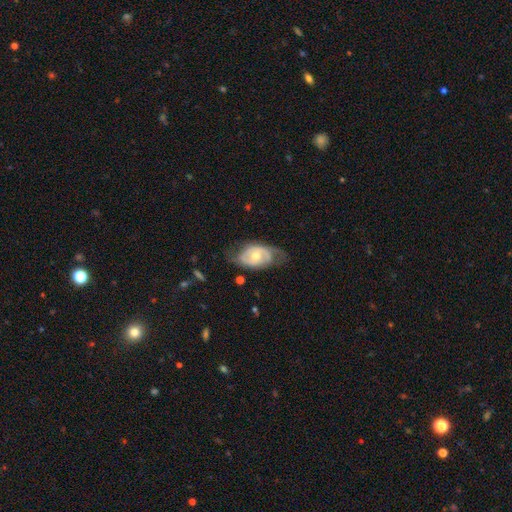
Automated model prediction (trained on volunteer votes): smooth-or-featured: featured or disk: 71% | smooth: 23% | star or artifact: 5%
  disk-edge-on: no: 94% | yes: 6%
    bar: no: 68% | weak: 26% | strong: 6%
    has-spiral-arms: yes: 76% | no: 24%
      spiral-winding: tight: 39% (tied) | medium: 39% (tied) | loose: 22%
      spiral-arm-count: 2: 68% | can't tell: 19% | 1: 8% | 3: 3% | 4: 1% | more than 4: 1%
    bulge-size: moderate: 67% | small: 27% | large: 4% | none: 1% | dominant: 1%
  merging: none: 56% | minor disturbance: 27% | major disturbance: 15% | merger: 2%